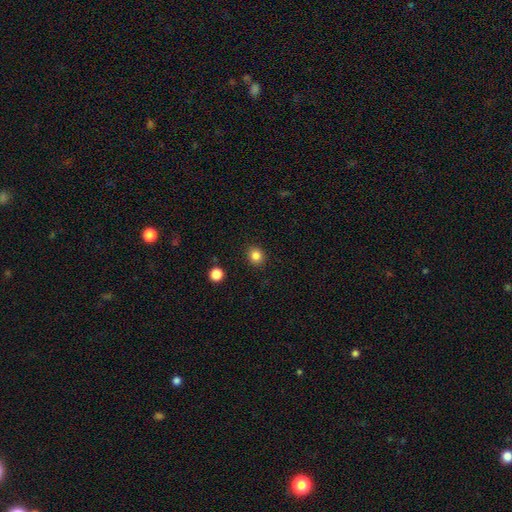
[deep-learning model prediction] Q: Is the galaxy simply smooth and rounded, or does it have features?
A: smooth — 84%.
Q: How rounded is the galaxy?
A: round — 78%.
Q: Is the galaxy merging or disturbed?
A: none — 90%.